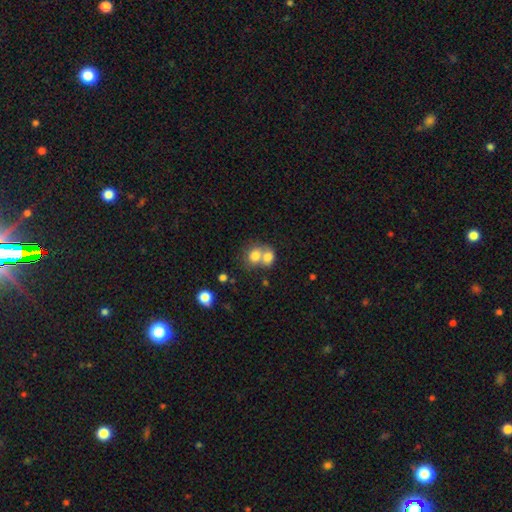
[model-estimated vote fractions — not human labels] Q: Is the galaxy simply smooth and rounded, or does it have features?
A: smooth — 74%.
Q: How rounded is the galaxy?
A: round — 60%.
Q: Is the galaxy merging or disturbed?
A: merger — 66%.